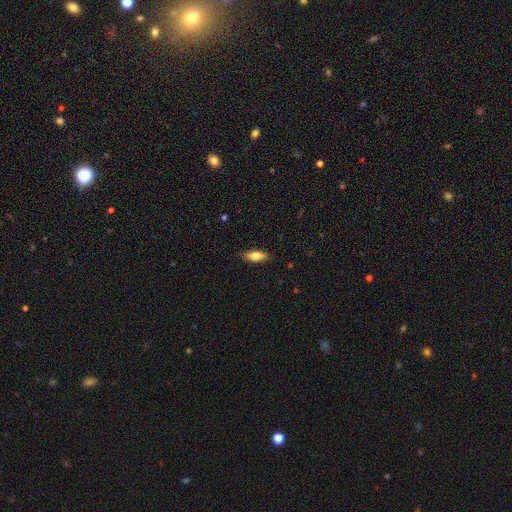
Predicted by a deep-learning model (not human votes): Q: Smooth or featured?
A: smooth (75%); runner-up: featured or disk (18%)
Q: How rounded?
A: in between (72%); runner-up: cigar-shaped (26%)
Q: Merging?
A: none (86%); runner-up: minor disturbance (11%)